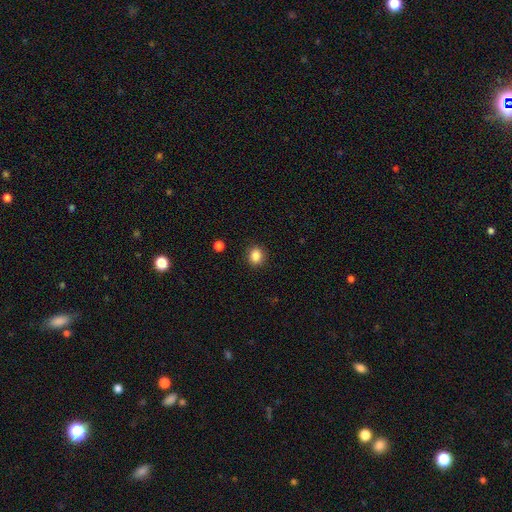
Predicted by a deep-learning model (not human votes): smooth 85%, star or artifact 11%, featured or disk 4%. Down the decision tree: how rounded — round (67%); merging — none (90%).